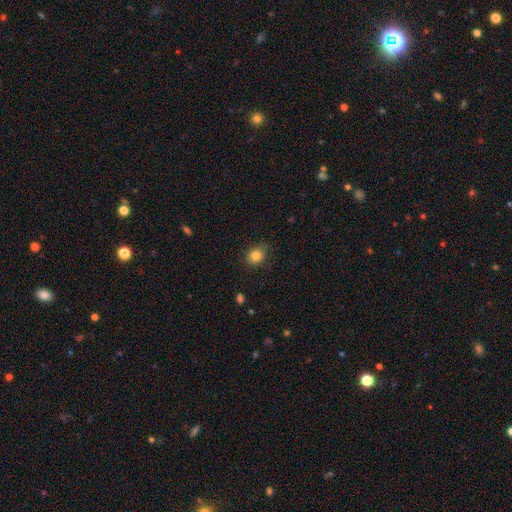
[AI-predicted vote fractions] This appears to be a smooth galaxy with no disk features (83%) that is round (63%). Merging: none (79%).